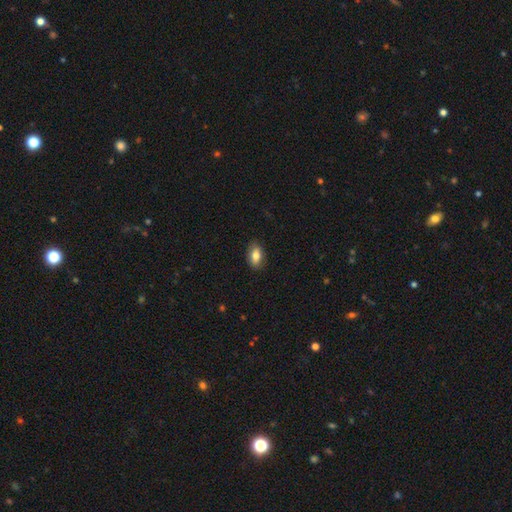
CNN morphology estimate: Overall: smooth (79%). How rounded: in between (89%). Merging: none (85%).